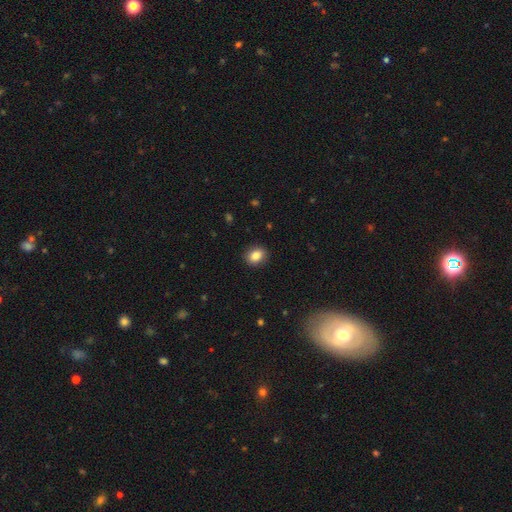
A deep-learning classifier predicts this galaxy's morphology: smooth_or_featured: smooth (p=0.85) [alt: star or artifact p=0.09]
how_rounded: in between (p=0.52) [alt: round p=0.47]
merging: none (p=0.90) [alt: minor disturbance p=0.07]